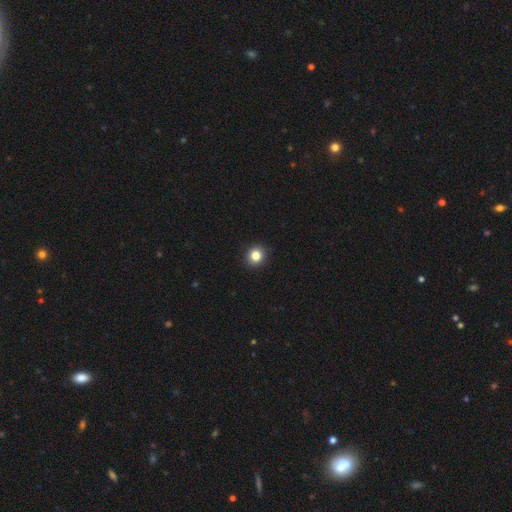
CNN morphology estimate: This appears to be a smooth galaxy with no disk features (83%) that is round (86%). Merging: none (92%).